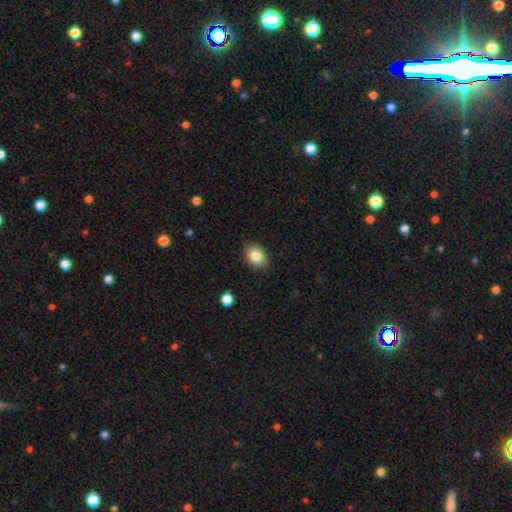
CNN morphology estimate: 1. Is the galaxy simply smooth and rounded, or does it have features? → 84% smooth, 9% star or artifact, 7% featured or disk.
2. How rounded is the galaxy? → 61% in between, 38% round, 1% cigar-shaped.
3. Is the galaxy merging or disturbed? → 89% none, 8% minor disturbance, 2% major disturbance, 1% merger.